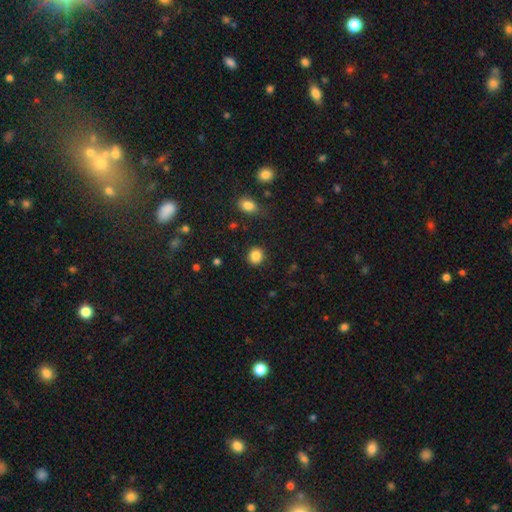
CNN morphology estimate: A smooth galaxy with no disk features (86%) that is round (83%). Merging: none (89%).